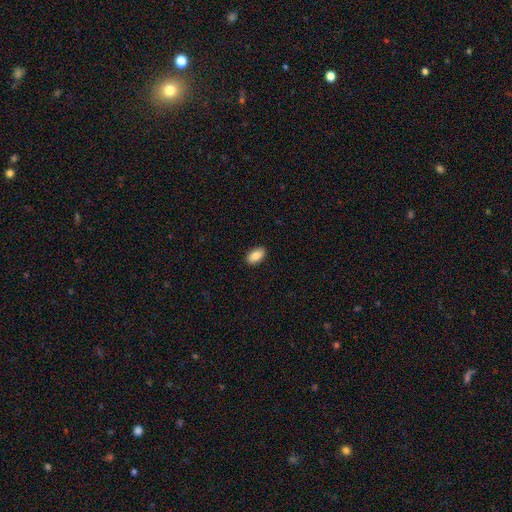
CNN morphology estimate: smooth_or_featured: smooth (p=0.87) [alt: star or artifact p=0.07]
how_rounded: in between (p=0.94) [alt: round p=0.03]
merging: none (p=0.90) [alt: minor disturbance p=0.08]